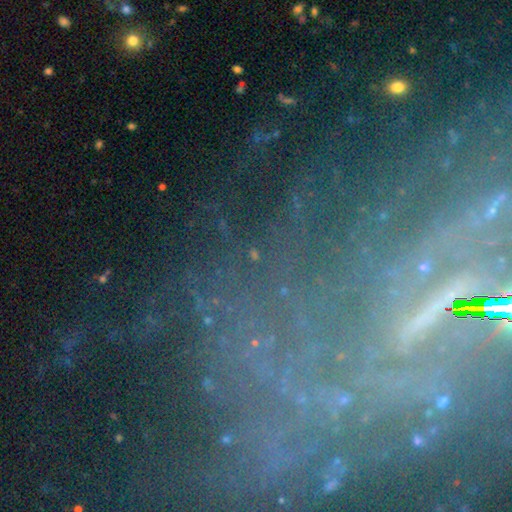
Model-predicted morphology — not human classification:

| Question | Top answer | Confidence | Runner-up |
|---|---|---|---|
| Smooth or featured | featured or disk | 57% | star or artifact (30%) |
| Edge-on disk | no | 84% | yes (16%) |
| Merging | none | 68% | minor disturbance (16%) |